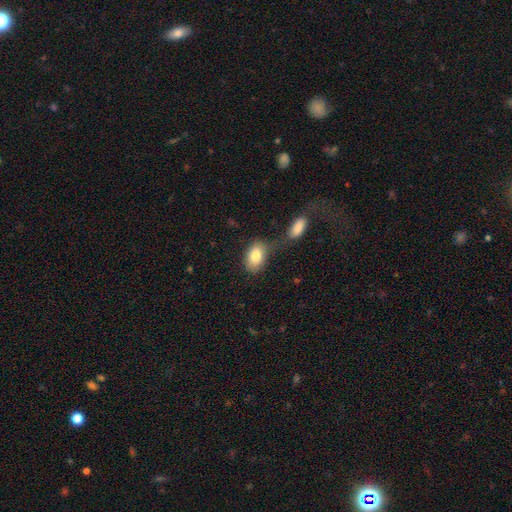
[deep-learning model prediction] A smooth galaxy with no disk features (81%) that is in between round and cigar-shaped (88%). Merging: none (47%).